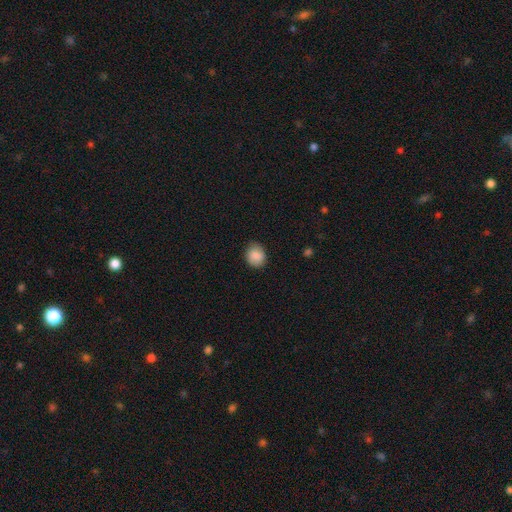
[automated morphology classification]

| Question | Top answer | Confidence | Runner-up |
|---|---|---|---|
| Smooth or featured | smooth | 86% | star or artifact (7%) |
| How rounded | round | 56% | in between (43%) |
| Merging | none | 80% | minor disturbance (16%) |